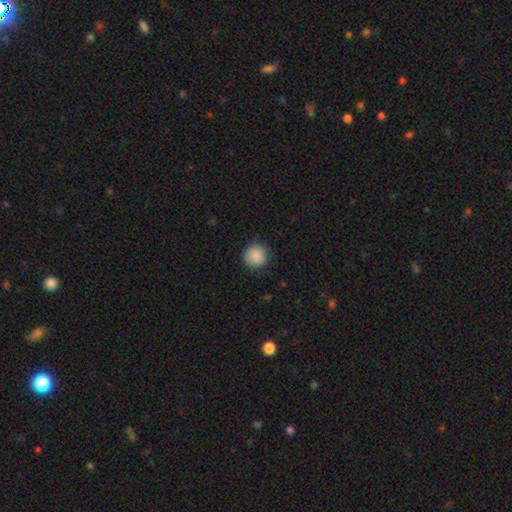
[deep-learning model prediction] Morphology: type=smooth (87%); roundness=round (92%); merging=none (85%).